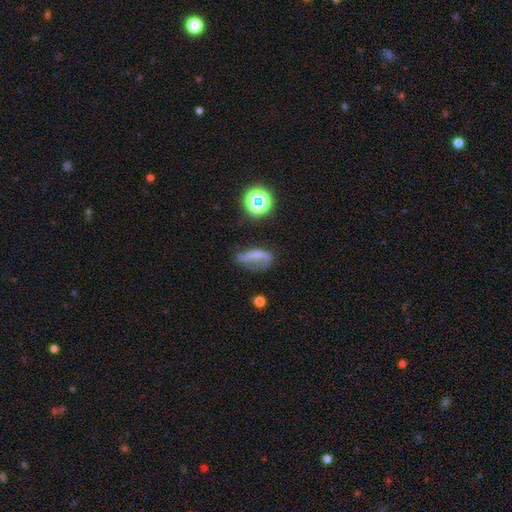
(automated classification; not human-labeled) Smooth or featured: smooth — 50% (featured or disk — 32%)
Merging: none — 40% (minor disturbance — 29%)